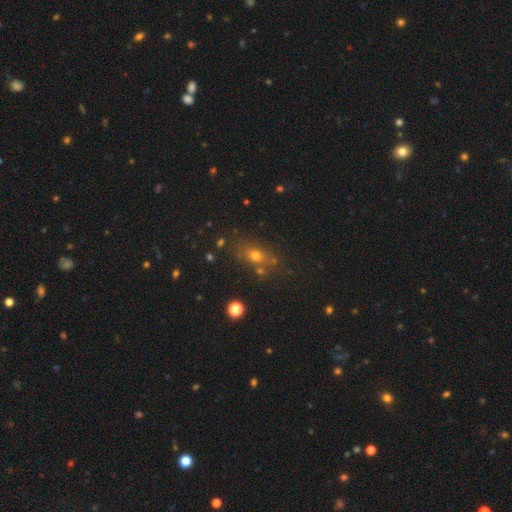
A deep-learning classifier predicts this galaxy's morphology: The model was most divided on "how rounded": in between: 57%, round: 33%, cigar-shaped: 10%. More confident: merging — none (72%); smooth or featured — smooth (64%).